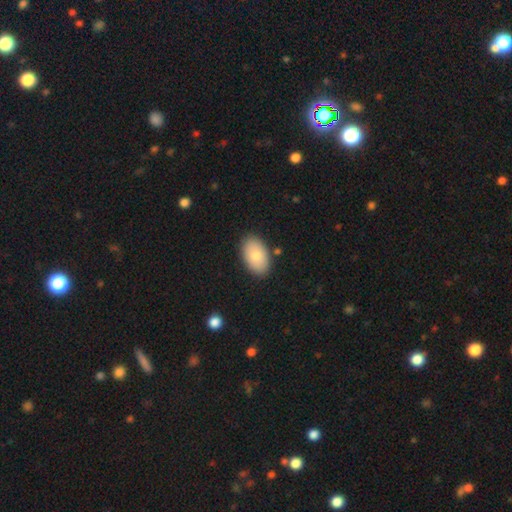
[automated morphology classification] Smooth or featured? Predicted: smooth (p=0.80). How rounded? Predicted: in between (p=0.93). Merging? Predicted: none (p=0.86).